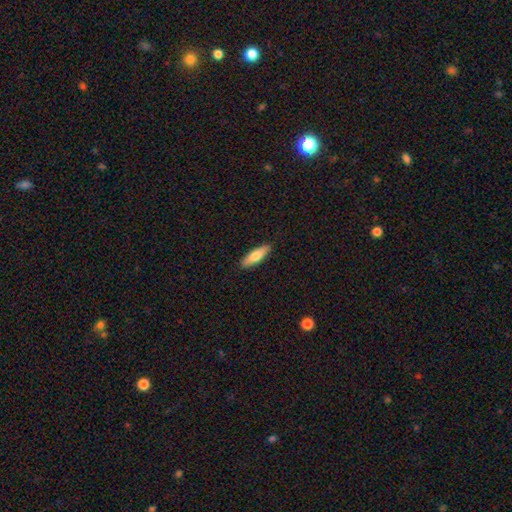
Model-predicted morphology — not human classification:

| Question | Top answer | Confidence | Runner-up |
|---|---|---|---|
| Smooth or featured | smooth | 71% | featured or disk (24%) |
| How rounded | cigar-shaped | 58% | in between (40%) |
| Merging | none | 90% | minor disturbance (7%) |